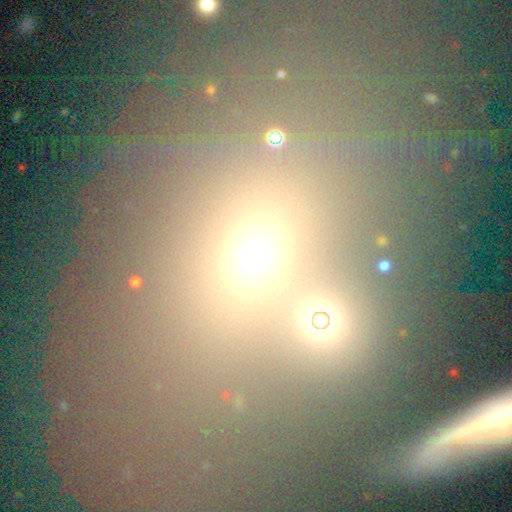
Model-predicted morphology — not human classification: The model was most divided on "merging": merger: 49%, none: 37%, minor disturbance: 8%, major disturbance: 6%. More confident: smooth or featured — smooth (65%); how rounded — round (57%).